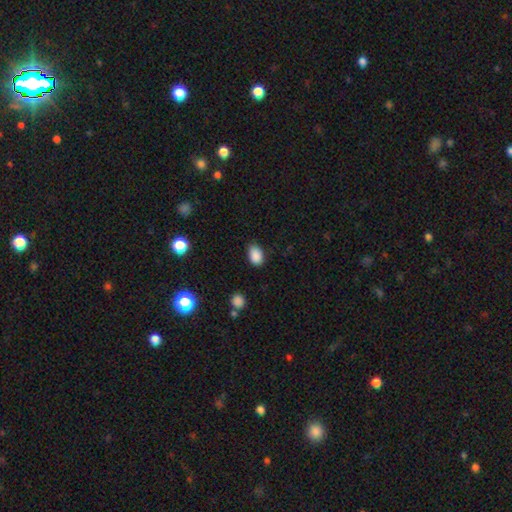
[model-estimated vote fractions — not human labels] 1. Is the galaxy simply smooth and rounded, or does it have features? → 87% smooth, 9% star or artifact, 4% featured or disk.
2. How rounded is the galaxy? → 82% in between, 16% round, 1% cigar-shaped.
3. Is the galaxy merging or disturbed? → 76% none, 19% minor disturbance, 3% major disturbance, 1% merger.